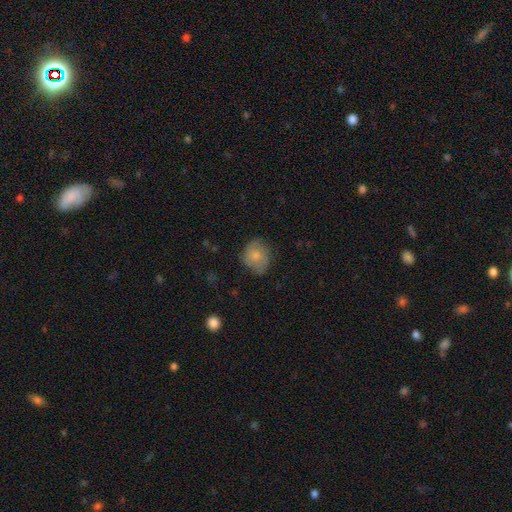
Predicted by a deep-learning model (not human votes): This appears to be a smooth galaxy with no disk features (72%) that is round (52%). Merging: none (65%).